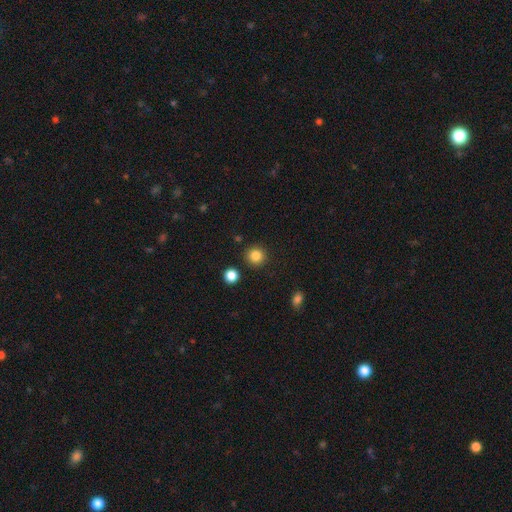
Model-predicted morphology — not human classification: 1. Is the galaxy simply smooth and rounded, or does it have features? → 84% smooth, 11% star or artifact, 4% featured or disk.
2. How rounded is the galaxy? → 93% round, 6% in between, 1% cigar-shaped.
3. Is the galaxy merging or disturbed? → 90% none, 5% minor disturbance, 2% merger, 2% major disturbance.